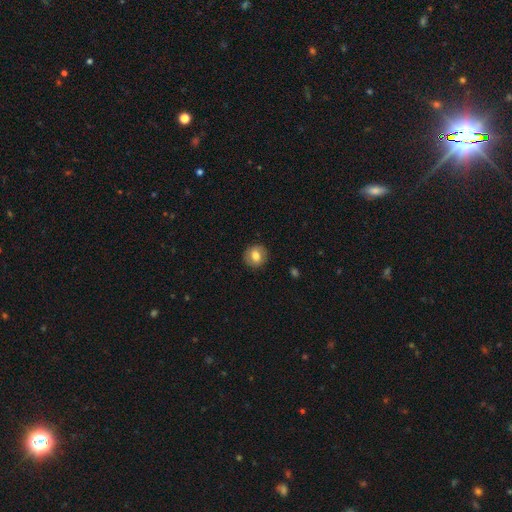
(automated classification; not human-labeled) Smooth or featured? smooth (73%)
How rounded? round (86%)
Merging? none (89%)